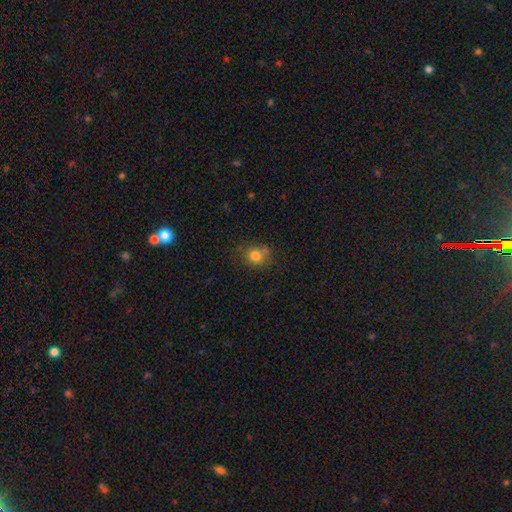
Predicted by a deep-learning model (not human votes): This appears to be a smooth galaxy with no disk features (79%) that is round (72%). Merging: none (64%).